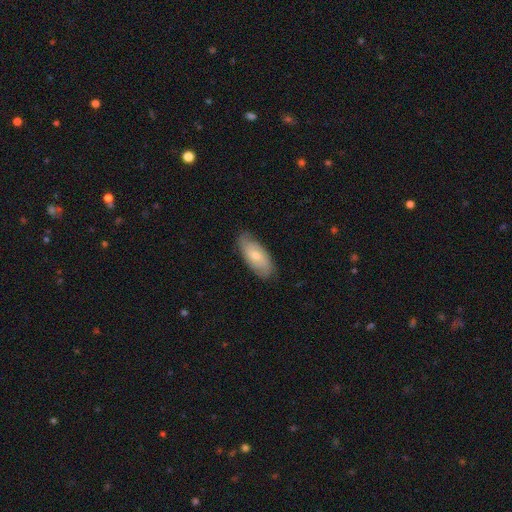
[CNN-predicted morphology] Smooth or featured? smooth (58%)
How rounded? in between (85%)
Merging? none (80%)